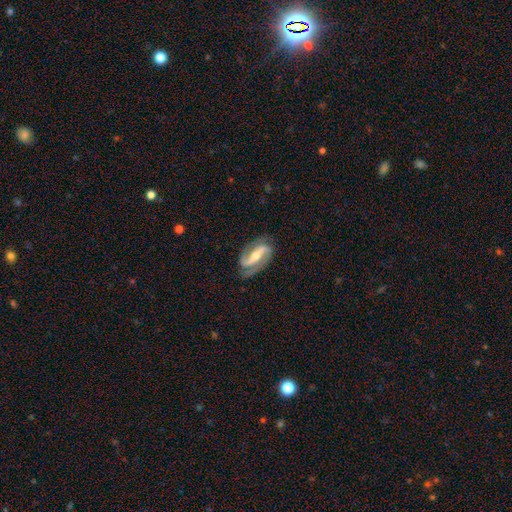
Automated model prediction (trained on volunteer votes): smooth-or-featured: featured or disk: 90% | smooth: 6% | star or artifact: 4%
  disk-edge-on: no: 95% | yes: 5%
    bar: strong: 63% | weak: 24% | no: 13%
    has-spiral-arms: yes: 96% | no: 4%
      spiral-winding: medium: 48% | loose: 26% | tight: 25%
      spiral-arm-count: 2: 92% | 1: 3% | can't tell: 2% | 3: 1% | 4: 1% | more than 4: 1%
    bulge-size: moderate: 56% | small: 38% | large: 3% | none: 2% | dominant: 1%
  merging: none: 81% | minor disturbance: 13% | major disturbance: 5% | merger: 1%